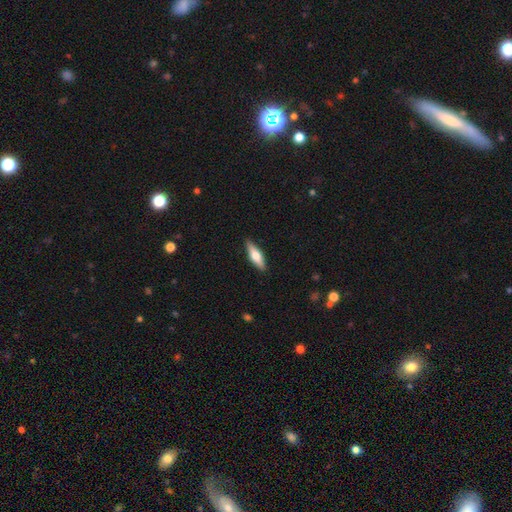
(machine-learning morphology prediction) smooth_or_featured: smooth (p=0.54) [alt: featured or disk p=0.41]
how_rounded: cigar-shaped (p=0.57) [alt: in between p=0.40]
merging: none (p=0.89) [alt: minor disturbance p=0.09]